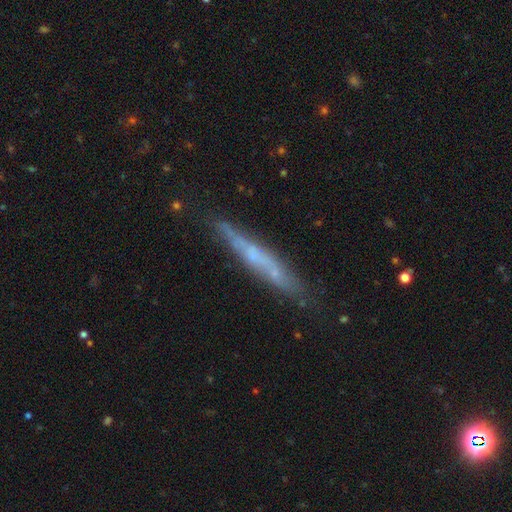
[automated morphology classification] Q: Smooth or featured?
A: featured or disk (59%); runner-up: smooth (33%)
Q: Edge-on disk?
A: yes (85%); runner-up: no (15%)
Q: Merging?
A: none (75%); runner-up: minor disturbance (17%)